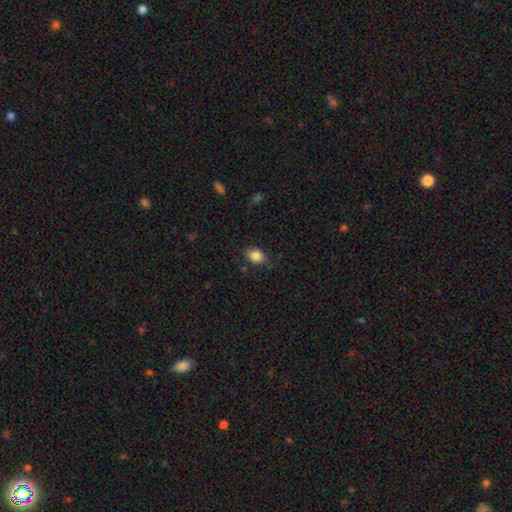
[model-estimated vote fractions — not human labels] Smooth or featured? smooth (85%)
How rounded? in between (76%)
Merging? none (79%)